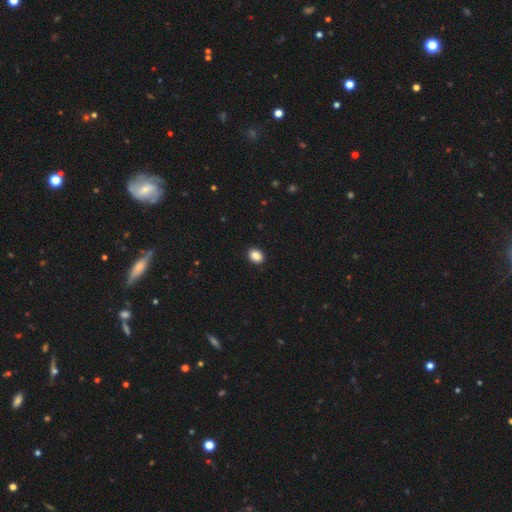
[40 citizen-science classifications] A smooth galaxy with no disk features (85%) that is in between round and cigar-shaped (59%). Merging: none (83%).